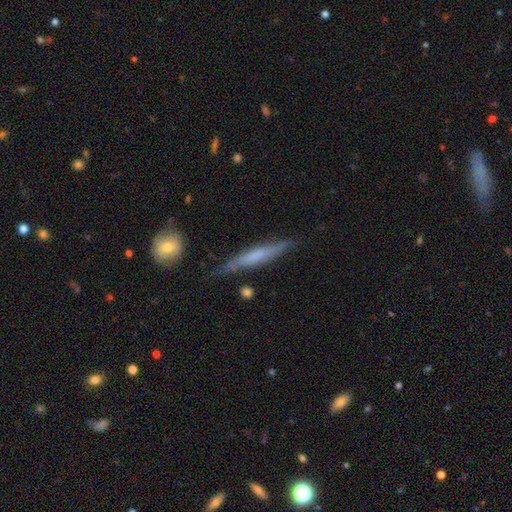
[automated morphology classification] The model was most divided on "smooth or featured": featured or disk: 54%, smooth: 40%, star or artifact: 6%. More confident: edge-on disk — yes (93%); merging — none (80%).